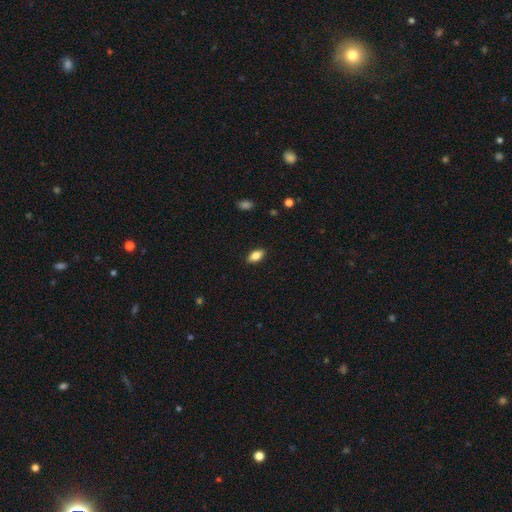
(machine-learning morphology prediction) The model was most divided on "smooth or featured": smooth: 83%, featured or disk: 10%, star or artifact: 8%. More confident: how rounded — in between (90%); merging — none (88%).